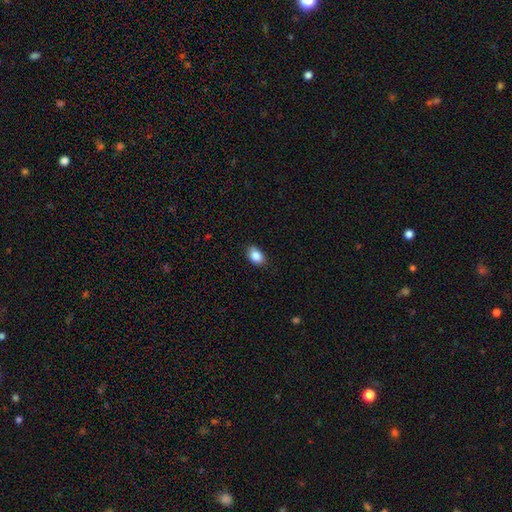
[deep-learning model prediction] smooth 86%, star or artifact 8%, featured or disk 6%. Down the decision tree: how rounded — in between (81%); merging — none (83%).